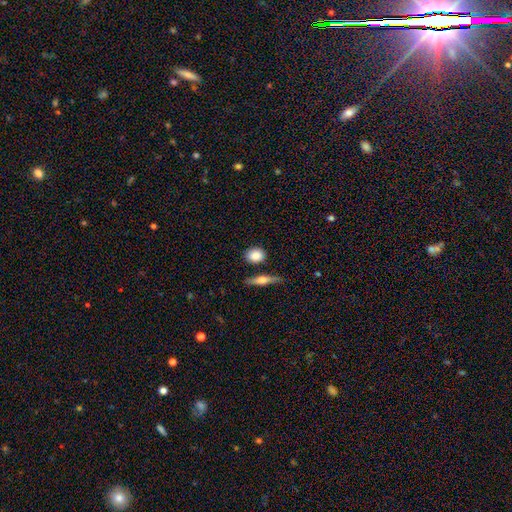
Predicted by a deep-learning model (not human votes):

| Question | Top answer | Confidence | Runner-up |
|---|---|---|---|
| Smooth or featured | smooth | 84% | featured or disk (9%) |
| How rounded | round | 54% | in between (42%) |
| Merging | none | 81% | minor disturbance (10%) |